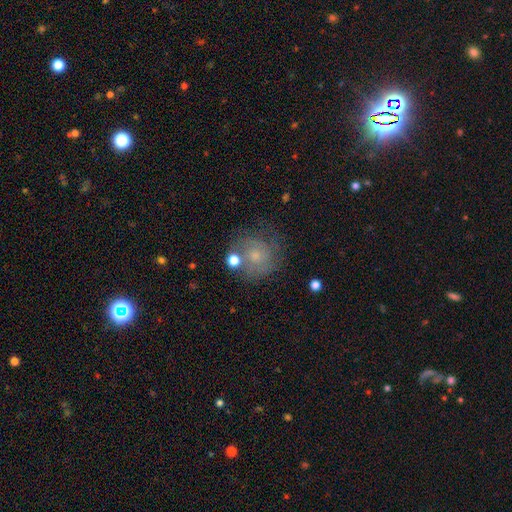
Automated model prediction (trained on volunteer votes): Smooth or featured: featured or disk — 46% (smooth — 42%)
Merging: none — 62% (minor disturbance — 19%)